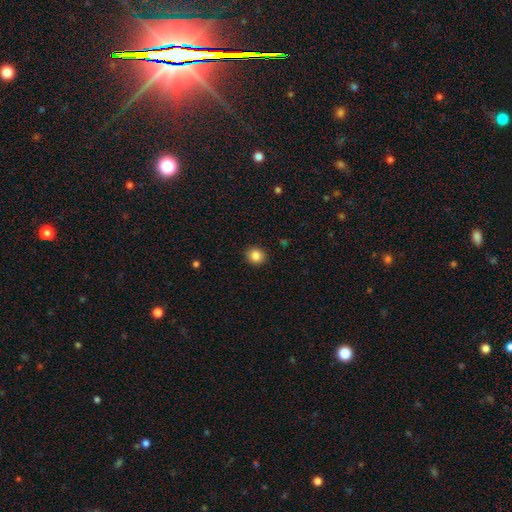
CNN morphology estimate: smooth_or_featured: smooth (p=0.85) [alt: star or artifact p=0.10]
how_rounded: round (p=0.81) [alt: in between p=0.18]
merging: none (p=0.91) [alt: minor disturbance p=0.06]